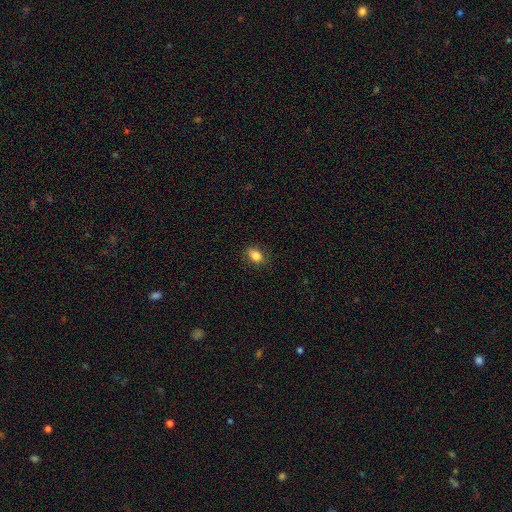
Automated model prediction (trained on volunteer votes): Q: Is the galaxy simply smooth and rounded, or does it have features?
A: smooth — 84%.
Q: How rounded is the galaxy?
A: in between — 71%.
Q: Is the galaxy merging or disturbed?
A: none — 84%.